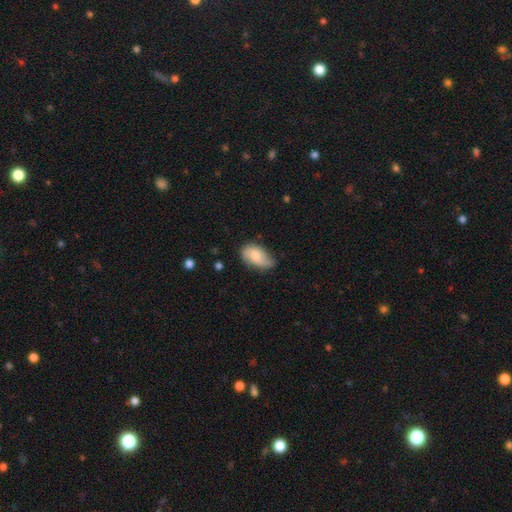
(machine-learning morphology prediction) This is likely a smooth galaxy (66%). How rounded: clearly in between (92%). Merging: marginally none (45%).